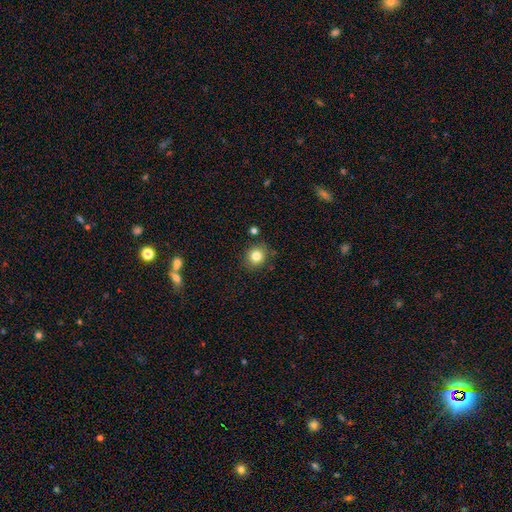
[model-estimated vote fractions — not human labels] Smooth or featured? smooth (82%)
How rounded? round (84%)
Merging? none (84%)